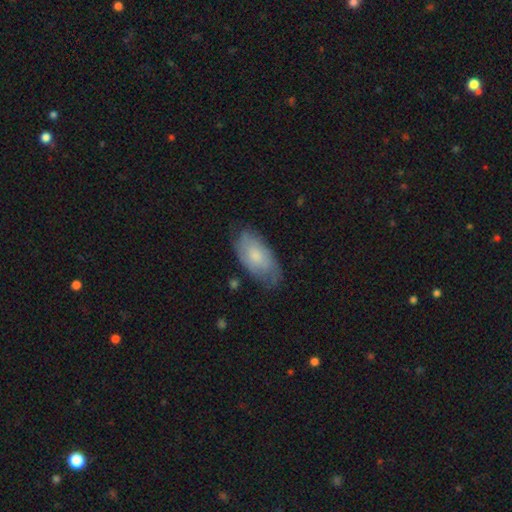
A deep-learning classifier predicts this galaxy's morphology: smooth 61%, featured or disk 33%, star or artifact 6%. Down the decision tree: how rounded — in between (93%); merging — none (62%).